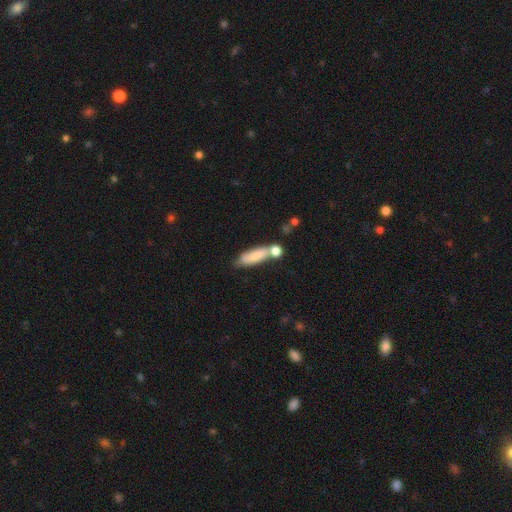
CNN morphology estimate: The model was most divided on "how rounded": in between: 51%, cigar-shaped: 46%, round: 3%. Remaining: smooth or featured — smooth (76%); merging — none (42%).